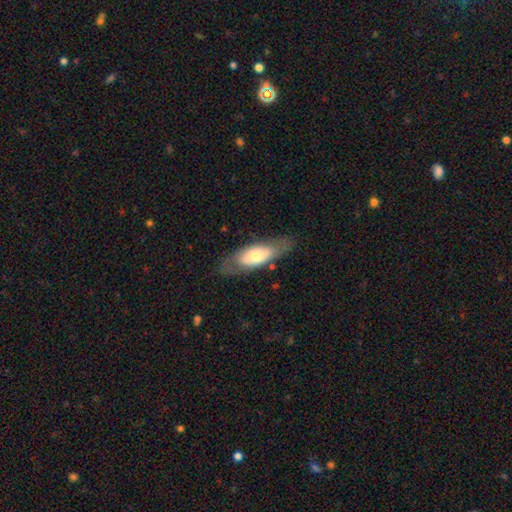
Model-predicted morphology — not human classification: Overall: smooth (53%; featured or disk 41%). How rounded: in between (74%). Merging: none (72%).